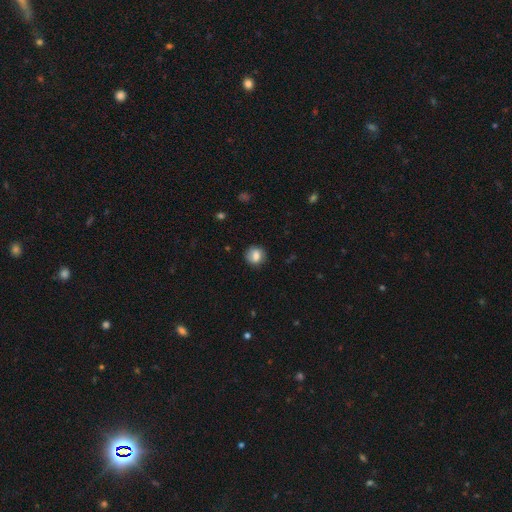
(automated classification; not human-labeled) Overall: smooth (78%). How rounded: round (79%). Merging: none (84%).